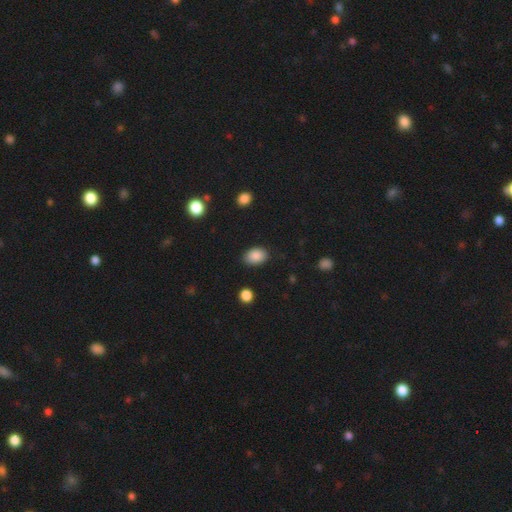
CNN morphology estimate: smooth_or_featured: smooth (p=0.88) [alt: star or artifact p=0.08]
how_rounded: in between (p=0.81) [alt: round p=0.18]
merging: none (p=0.85) [alt: minor disturbance p=0.11]